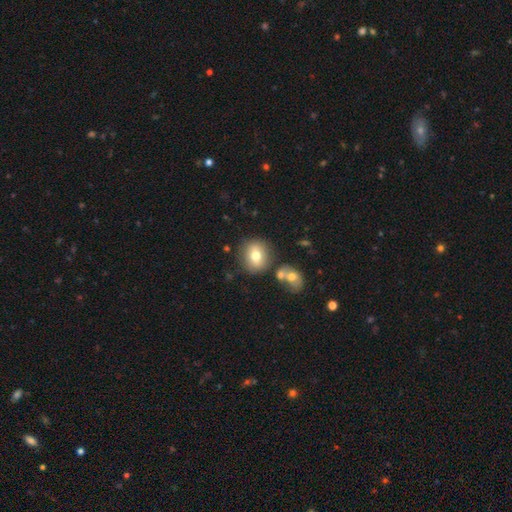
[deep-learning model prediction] This is likely a smooth galaxy (72%). How rounded: likely round (76%). Merging: likely none (76%).